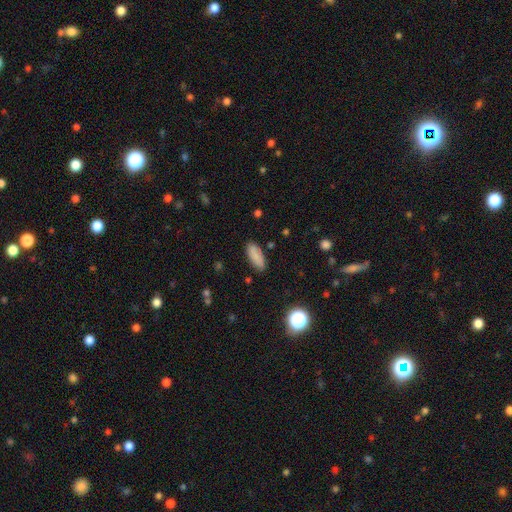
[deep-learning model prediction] Overall: smooth (85%). How rounded: in between (74%). Merging: none (84%).